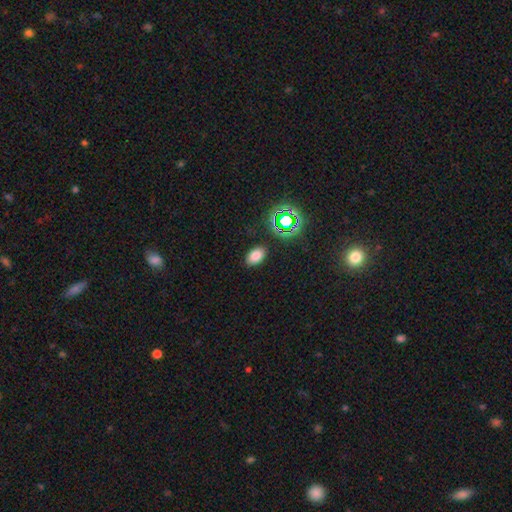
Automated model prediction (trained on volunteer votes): Smooth or featured?
  - smooth: 75% *
  - star or artifact: 18%
  - featured or disk: 7%
How rounded?
  - in between: 89% *
  - round: 9%
  - cigar-shaped: 1%
Merging?
  - none: 87% *
  - minor disturbance: 9%
  - major disturbance: 3%
  - merger: 2%